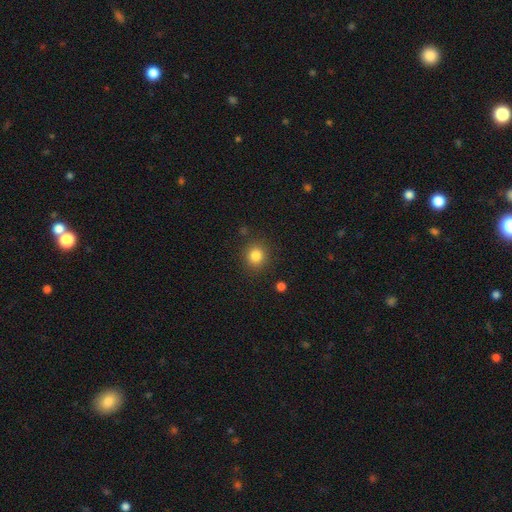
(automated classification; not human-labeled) A smooth galaxy with no disk features (84%) that is round (87%).

Vote fractions:
- Smooth or featured? smooth: 84% / star or artifact: 12% / featured or disk: 5%
- How rounded? round: 87% / in between: 12% / cigar-shaped: 1%
- Merging? none: 87% / minor disturbance: 8% / major disturbance: 3% / merger: 2%